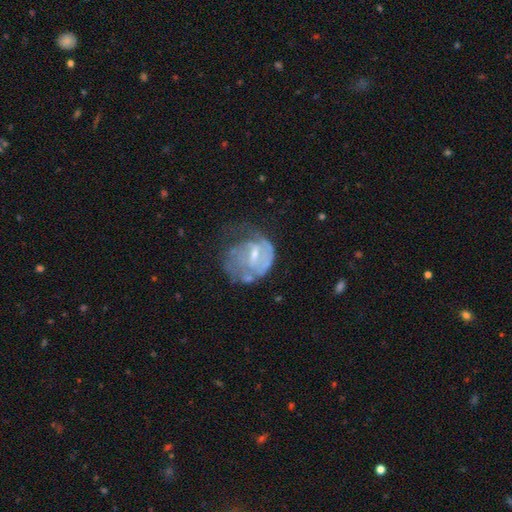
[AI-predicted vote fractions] featured or disk 66%, smooth 26%, star or artifact 8%. Down the decision tree: edge-on disk — no (97%); bar — weak (52%); spiral arms — yes (61%); bulge size — small (49%); merging — major disturbance (40%).